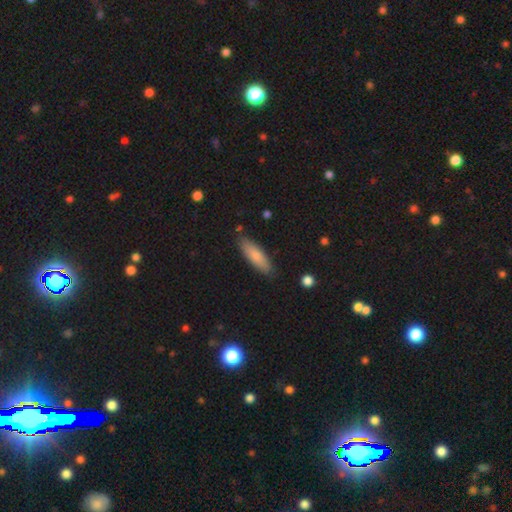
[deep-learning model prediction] Smooth or featured: smooth — 81% (featured or disk — 13%)
How rounded: cigar-shaped — 54% (in between — 44%)
Merging: none — 85% (minor disturbance — 11%)